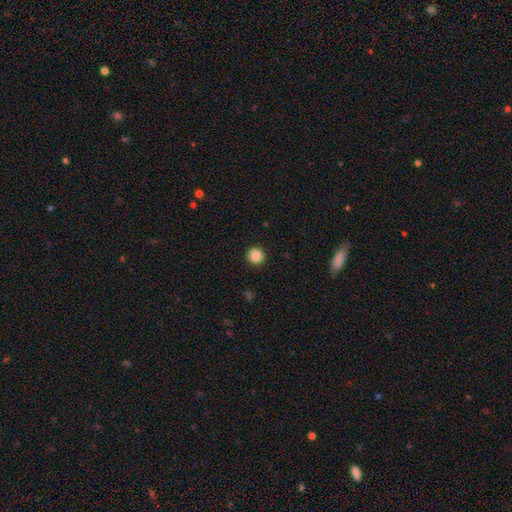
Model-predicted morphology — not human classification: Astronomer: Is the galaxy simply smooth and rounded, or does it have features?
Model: smooth — 87%.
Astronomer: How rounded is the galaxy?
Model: round — 89%.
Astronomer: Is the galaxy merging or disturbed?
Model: none — 90%.